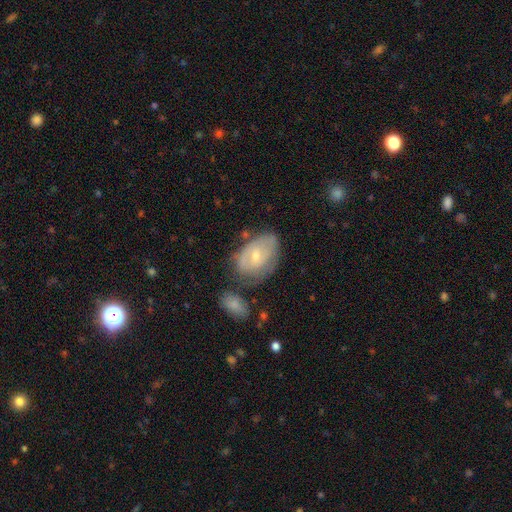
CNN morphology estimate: Q: Smooth or featured?
A: featured or disk (55%); runner-up: smooth (38%)
Q: Edge-on disk?
A: no (94%); runner-up: yes (6%)
Q: Bar?
A: no (55%); runner-up: weak (37%)
Q: Spiral arms?
A: yes (58%); runner-up: no (42%)
Q: Bulge size?
A: small (54%); runner-up: moderate (42%)
Q: Merging?
A: none (51%); runner-up: minor disturbance (27%)